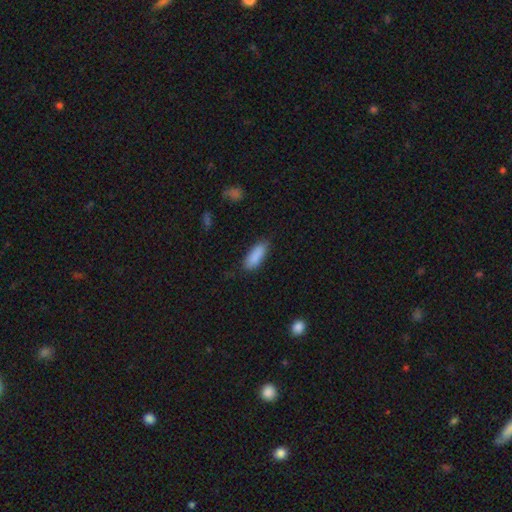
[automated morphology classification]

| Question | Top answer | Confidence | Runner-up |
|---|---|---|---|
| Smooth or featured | smooth | 89% | star or artifact (6%) |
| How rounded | in between | 72% | cigar-shaped (26%) |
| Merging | none | 82% | minor disturbance (14%) |